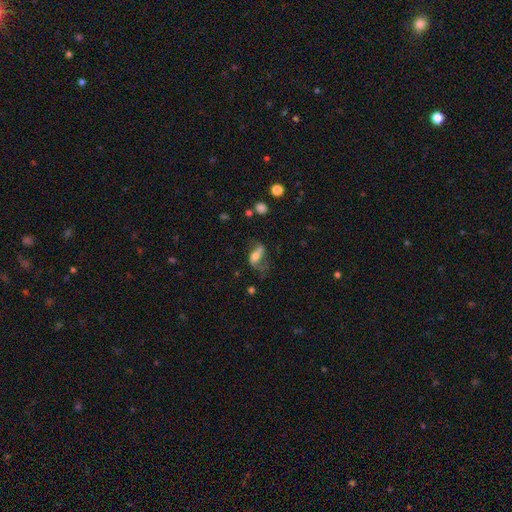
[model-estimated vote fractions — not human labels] Smooth or featured: featured or disk — 49% (smooth — 41%)
Merging: none — 41% (major disturbance — 31%)